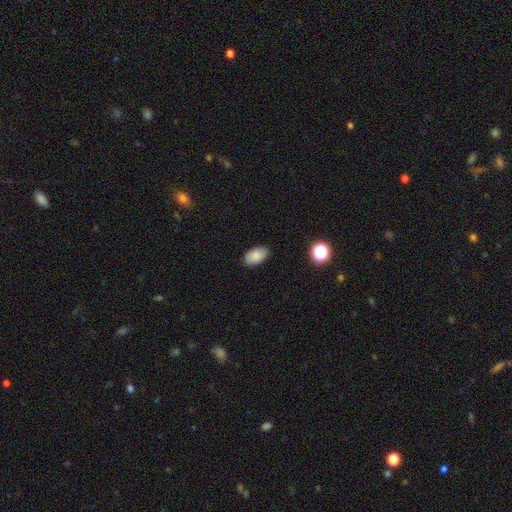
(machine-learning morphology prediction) Q: Smooth or featured?
A: smooth (86%); runner-up: star or artifact (8%)
Q: How rounded?
A: in between (93%); runner-up: round (5%)
Q: Merging?
A: none (87%); runner-up: minor disturbance (10%)